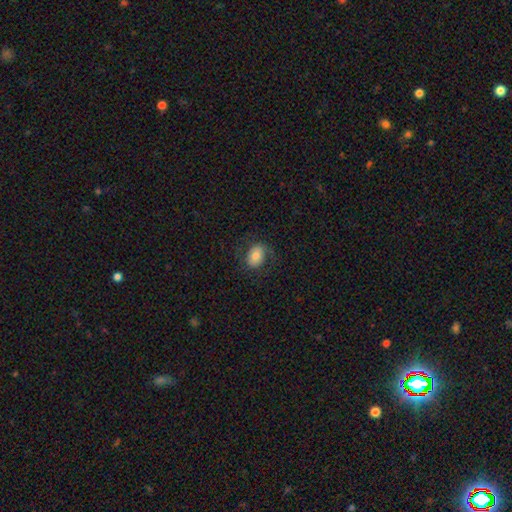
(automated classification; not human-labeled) smooth 74%, featured or disk 18%, star or artifact 8%. Down the decision tree: how rounded — in between (70%); merging — none (76%).